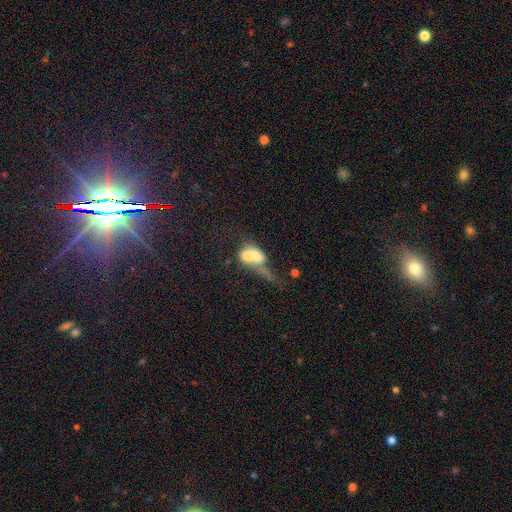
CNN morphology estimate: A smooth galaxy with no disk features (55%) that is in between round and cigar-shaped (63%). Merging: merger (68%).